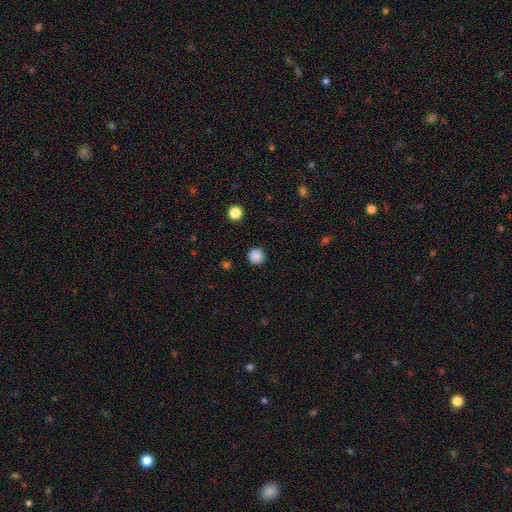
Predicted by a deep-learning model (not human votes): Smooth or featured?
  - smooth: 87% *
  - star or artifact: 11%
  - featured or disk: 3%
How rounded?
  - round: 96% *
  - in between: 3%
  - cigar-shaped: 1%
Merging?
  - none: 92% *
  - minor disturbance: 5%
  - major disturbance: 2%
  - merger: 1%